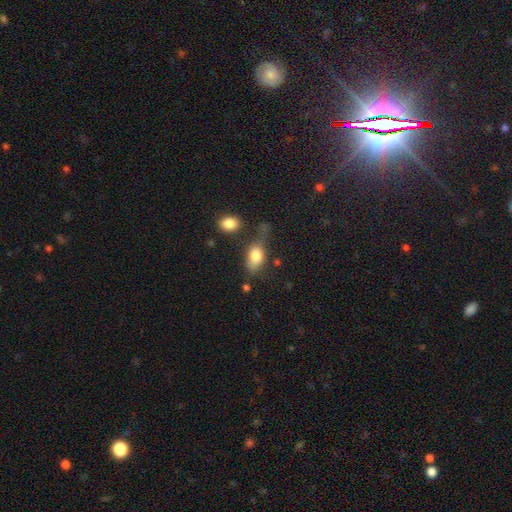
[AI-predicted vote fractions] smooth 78%, featured or disk 14%, star or artifact 8%. Down the decision tree: how rounded — in between (83%); merging — none (44%).